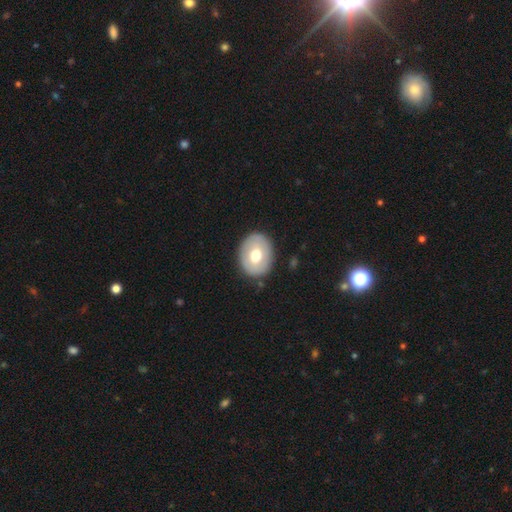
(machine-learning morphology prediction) The model was most divided on "how rounded": round: 52%, in between: 47%, cigar-shaped: 1%. More confident: merging — none (86%); smooth or featured — smooth (64%).